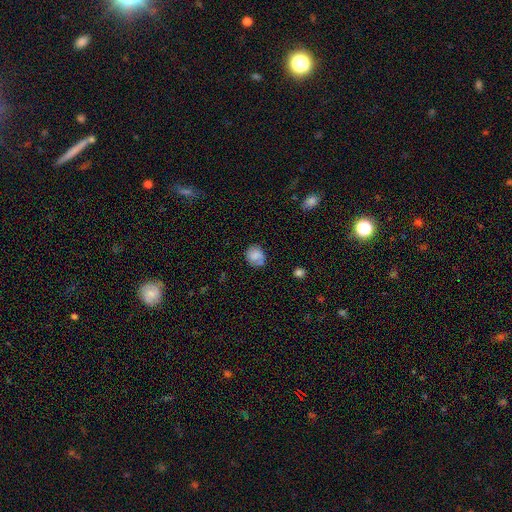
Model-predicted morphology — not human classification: A smooth galaxy with no disk features (76%) that is round (68%).

Vote fractions:
- Smooth or featured? smooth: 76% / featured or disk: 15% / star or artifact: 9%
- How rounded? round: 68% / in between: 31% / cigar-shaped: 1%
- Merging? none: 67% / minor disturbance: 24% / major disturbance: 7% / merger: 3%